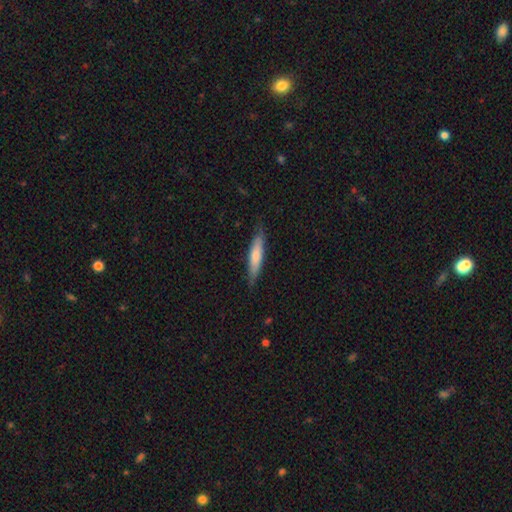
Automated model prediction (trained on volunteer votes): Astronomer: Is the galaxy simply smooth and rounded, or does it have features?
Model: smooth — 67%.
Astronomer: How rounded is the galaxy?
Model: cigar-shaped — 85%.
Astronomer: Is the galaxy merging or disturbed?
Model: none — 82%.